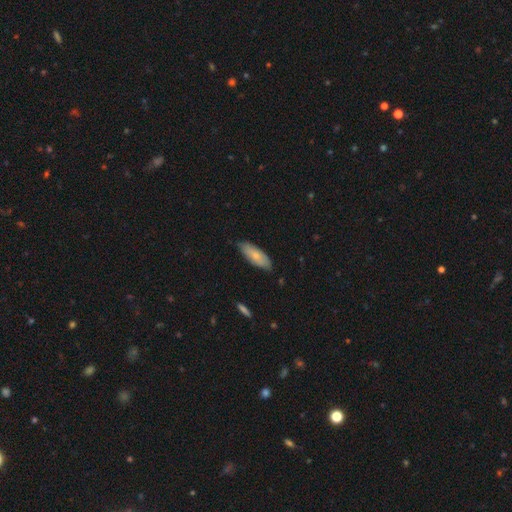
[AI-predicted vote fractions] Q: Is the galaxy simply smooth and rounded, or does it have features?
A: smooth — 72%.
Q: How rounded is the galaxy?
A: in between — 73%.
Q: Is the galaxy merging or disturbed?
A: none — 81%.